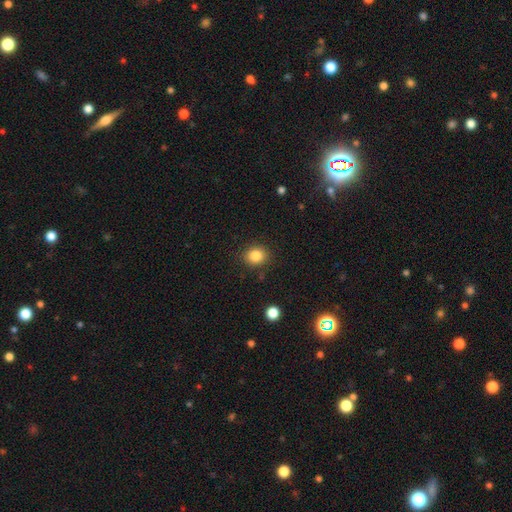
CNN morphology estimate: A smooth galaxy with no disk features (85%) that is round (72%). Merging: none (87%).